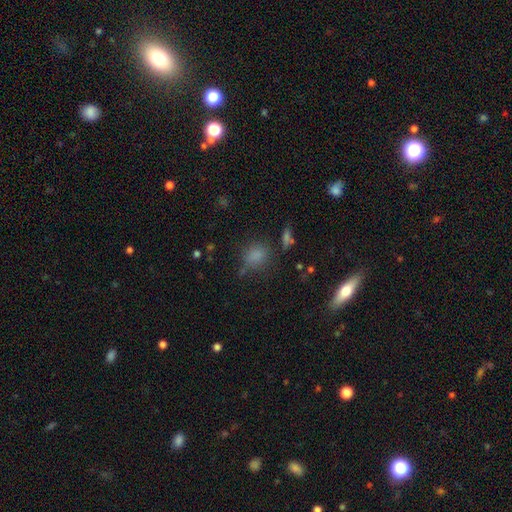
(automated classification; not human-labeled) smooth-or-featured: smooth: 76% | star or artifact: 16% | featured or disk: 7%
  how-rounded: round: 57% | in between: 40% | cigar-shaped: 3%
  merging: none: 68% | minor disturbance: 18% | major disturbance: 8% | merger: 6%